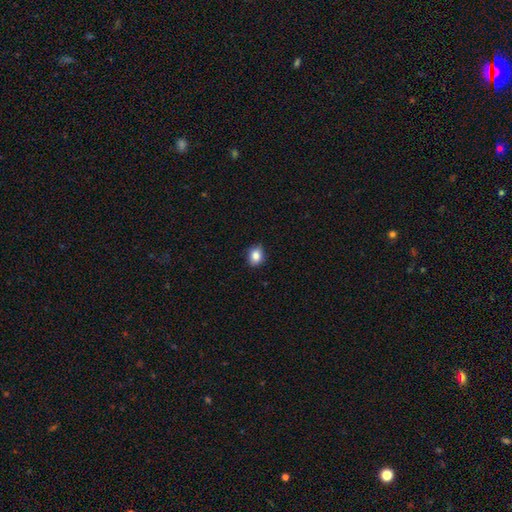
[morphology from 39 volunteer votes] Q: Smooth or featured?
A: smooth (87%); runner-up: featured or disk (8%)
Q: How rounded?
A: in between (62%); runner-up: round (38%)
Q: Merging?
A: none (81%); runner-up: minor disturbance (14%)